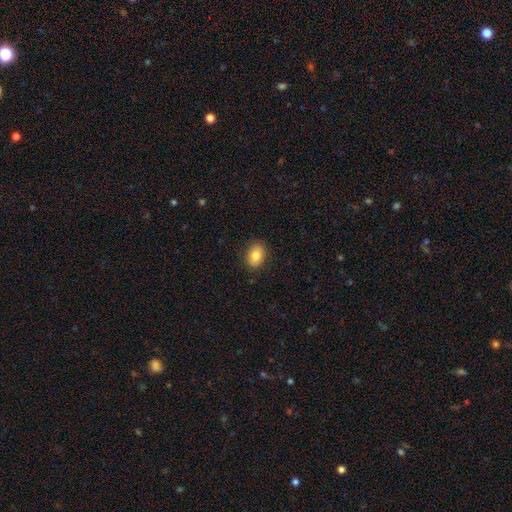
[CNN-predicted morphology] smooth_or_featured: smooth (p=0.83) [alt: featured or disk p=0.09]
how_rounded: in between (p=0.74) [alt: round p=0.25]
merging: none (p=0.88) [alt: minor disturbance p=0.09]